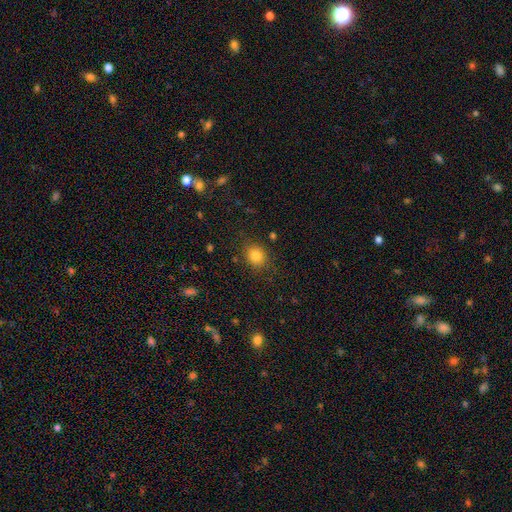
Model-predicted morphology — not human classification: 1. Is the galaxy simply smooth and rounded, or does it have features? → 83% smooth, 11% star or artifact, 6% featured or disk.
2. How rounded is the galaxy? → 66% round, 33% in between, 1% cigar-shaped.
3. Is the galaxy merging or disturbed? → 83% none, 11% minor disturbance, 4% major disturbance, 2% merger.